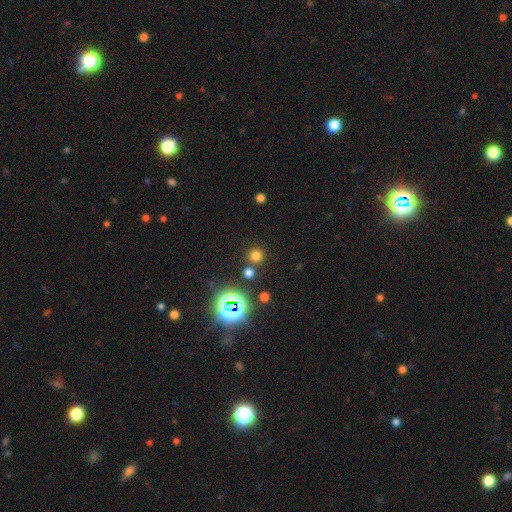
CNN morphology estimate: This appears to be a smooth galaxy with no disk features (65%) that is round (93%). Merging: none (81%).